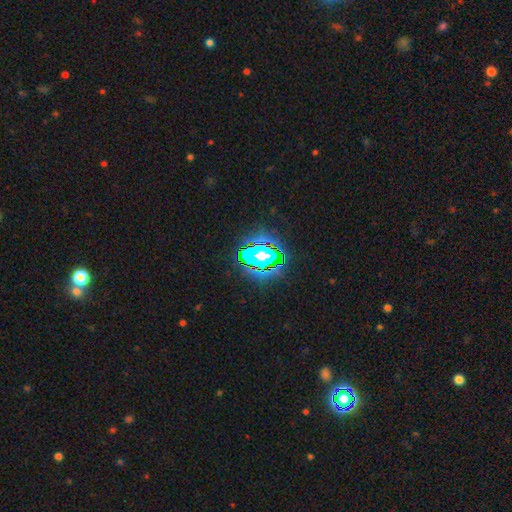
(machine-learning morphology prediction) Q: Smooth or featured?
A: star or artifact (77%); runner-up: smooth (14%)